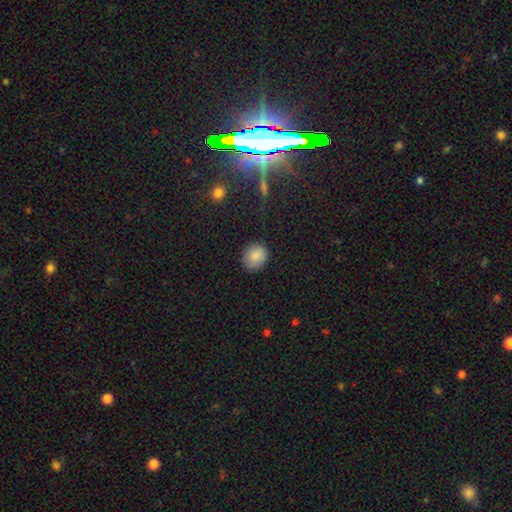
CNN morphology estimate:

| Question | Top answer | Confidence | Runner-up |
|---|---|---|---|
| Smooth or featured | smooth | 86% | star or artifact (9%) |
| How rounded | round | 69% | in between (30%) |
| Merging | none | 84% | minor disturbance (12%) |